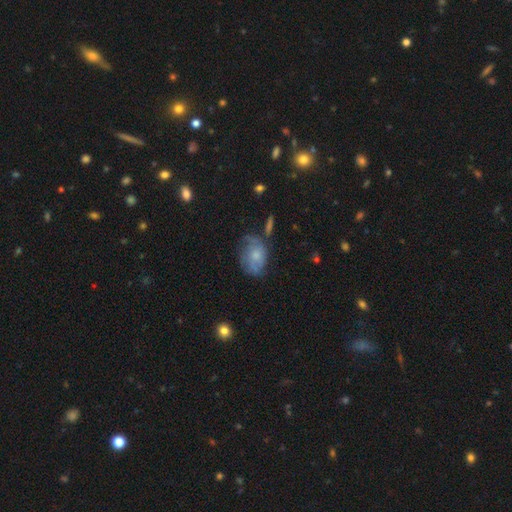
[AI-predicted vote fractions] smooth_or_featured: smooth (p=0.53) [alt: featured or disk p=0.38]
how_rounded: in between (p=0.76) [alt: round p=0.23]
merging: none (p=0.47) [alt: minor disturbance p=0.31]